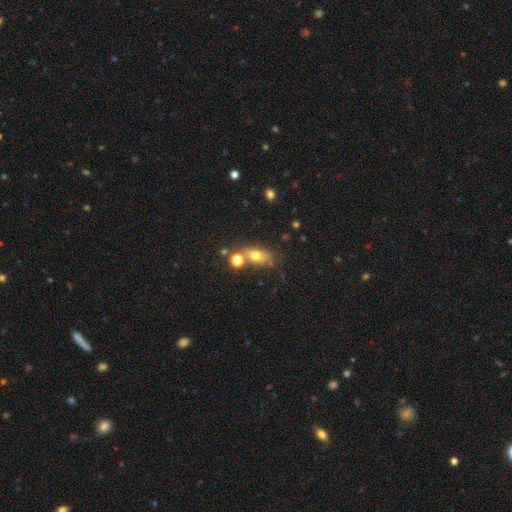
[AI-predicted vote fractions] Q: Smooth or featured?
A: smooth (71%); runner-up: featured or disk (16%)
Q: How rounded?
A: in between (70%); runner-up: round (22%)
Q: Merging?
A: none (56%); runner-up: merger (22%)